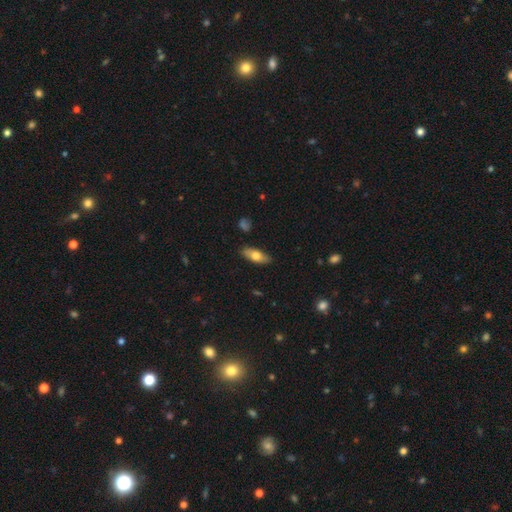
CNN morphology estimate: smooth 67%, featured or disk 26%, star or artifact 6%. Down the decision tree: how rounded — in between (71%); merging — none (85%).